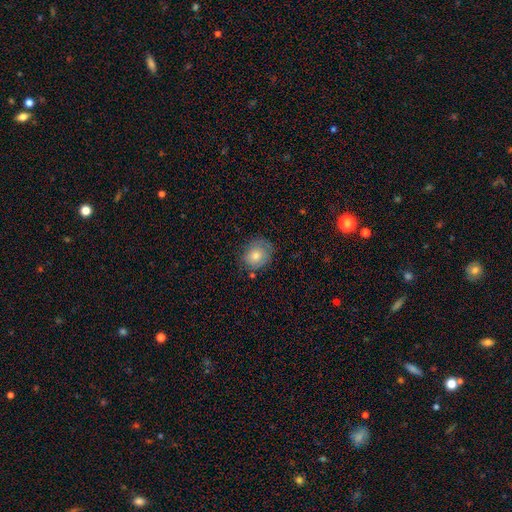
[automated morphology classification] Smooth or featured: smooth — 74% (featured or disk — 16%)
How rounded: round — 71% (in between — 28%)
Merging: none — 74% (minor disturbance — 19%)